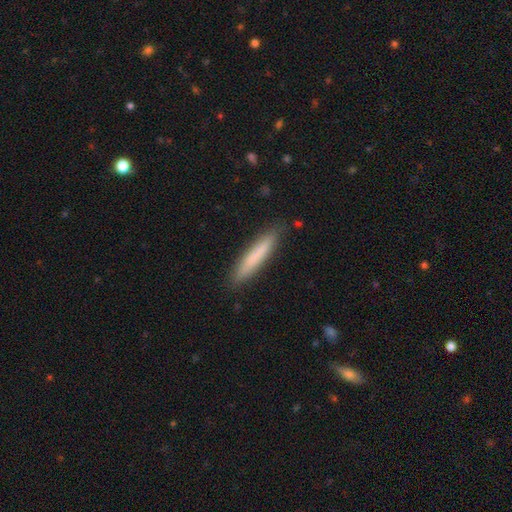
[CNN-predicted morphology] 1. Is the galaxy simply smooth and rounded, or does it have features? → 78% smooth, 16% featured or disk, 6% star or artifact.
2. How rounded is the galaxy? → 92% cigar-shaped, 7% in between, 1% round.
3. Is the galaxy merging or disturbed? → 87% none, 9% minor disturbance, 2% major disturbance, 1% merger.